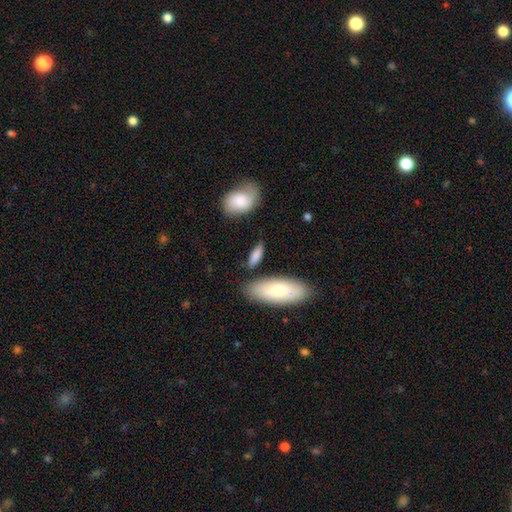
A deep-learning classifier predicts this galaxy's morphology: smooth_or_featured: smooth (p=0.79) [alt: featured or disk p=0.15]
how_rounded: in between (p=0.57) [alt: cigar-shaped p=0.39]
merging: none (p=0.73) [alt: minor disturbance p=0.16]